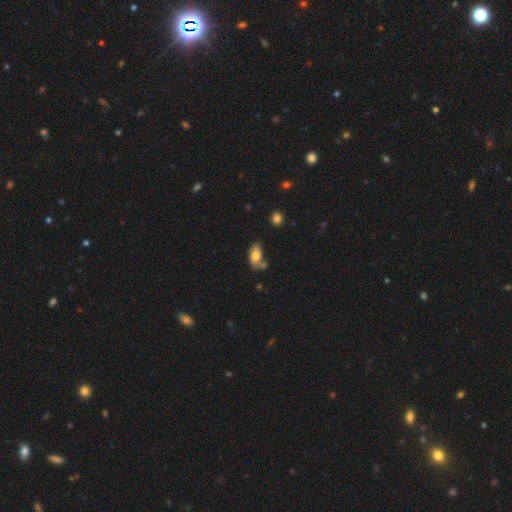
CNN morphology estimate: This is likely a smooth galaxy (75%). How rounded: clearly in between (91%). Merging: possibly none (49%).